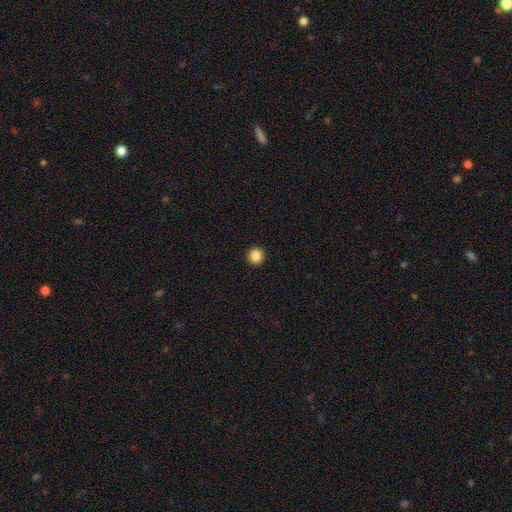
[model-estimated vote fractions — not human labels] Smooth or featured: smooth — 86% (star or artifact — 10%)
How rounded: round — 94% (in between — 5%)
Merging: none — 94% (minor disturbance — 4%)